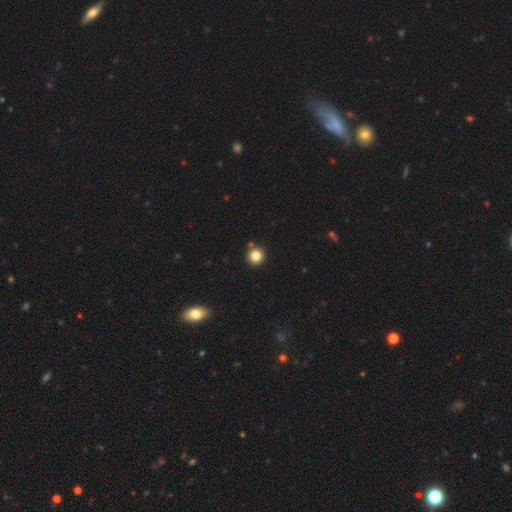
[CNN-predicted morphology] Overall: smooth (83%). How rounded: round (95%). Merging: none (85%).